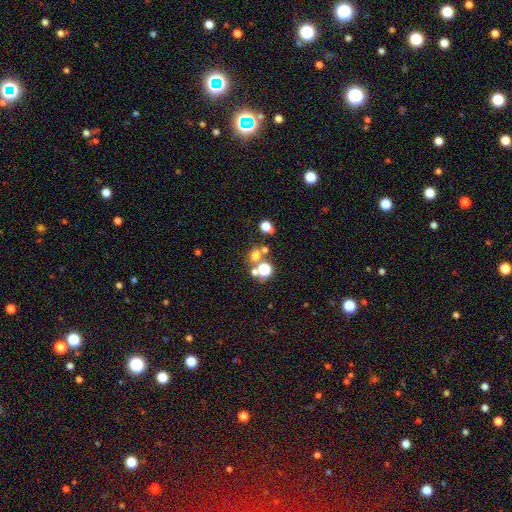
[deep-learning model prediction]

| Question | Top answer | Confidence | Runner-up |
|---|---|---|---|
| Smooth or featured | smooth | 60% | star or artifact (28%) |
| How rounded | round | 81% | in between (18%) |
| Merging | none | 59% | merger (28%) |